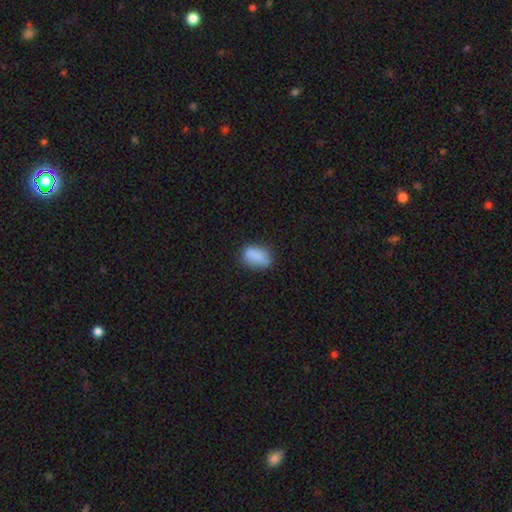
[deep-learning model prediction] The model was most divided on "merging": none: 62%, minor disturbance: 27%, major disturbance: 7%, merger: 3%. More confident: how rounded — in between (84%); smooth or featured — smooth (82%).